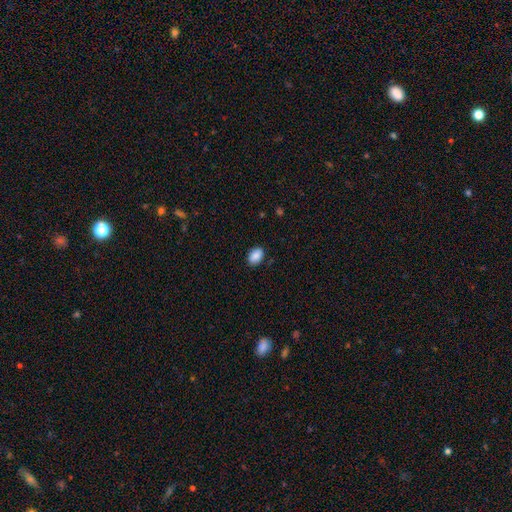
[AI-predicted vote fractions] Q: Smooth or featured?
A: smooth (89%); runner-up: star or artifact (7%)
Q: How rounded?
A: in between (85%); runner-up: round (14%)
Q: Merging?
A: none (87%); runner-up: minor disturbance (10%)